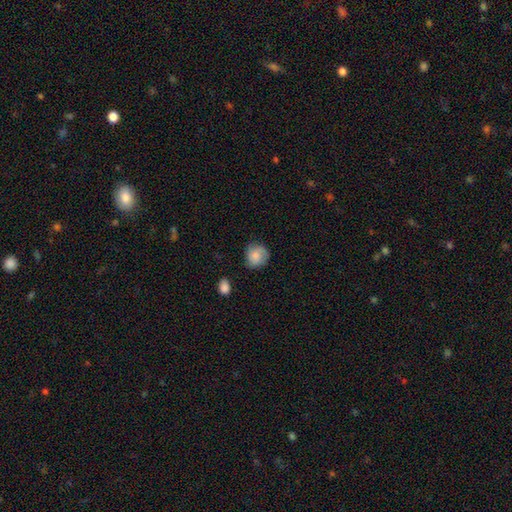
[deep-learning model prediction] Smooth or featured? smooth (67%)
How rounded? round (80%)
Merging? none (69%)